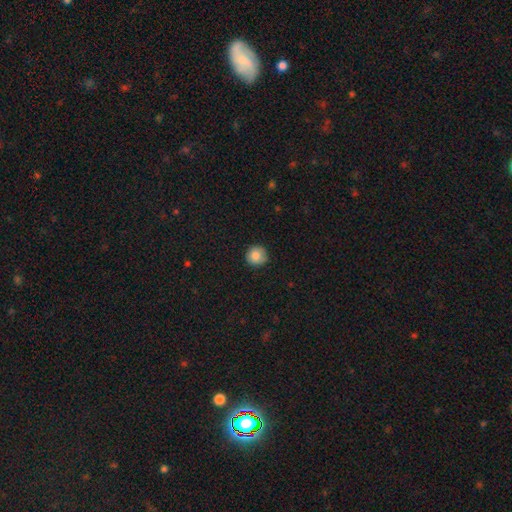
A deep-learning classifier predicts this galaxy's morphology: Smooth or featured: smooth — 85% (star or artifact — 9%)
How rounded: round — 94% (in between — 5%)
Merging: none — 87% (minor disturbance — 10%)